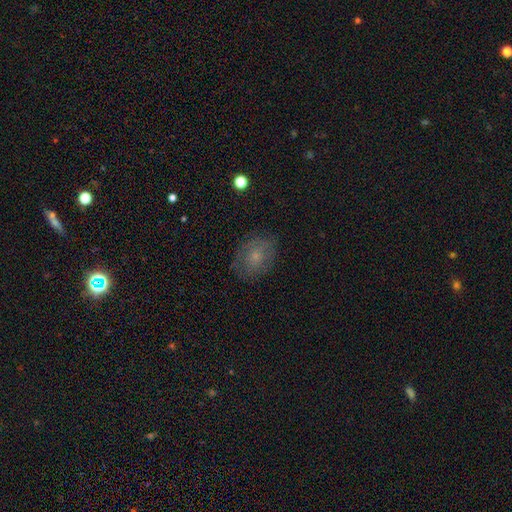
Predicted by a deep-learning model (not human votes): smooth-or-featured: smooth: 55% | featured or disk: 34% | star or artifact: 11%
  how-rounded: in between: 58% | round: 41% | cigar-shaped: 1%
  merging: none: 75% | minor disturbance: 17% | major disturbance: 7% | merger: 1%